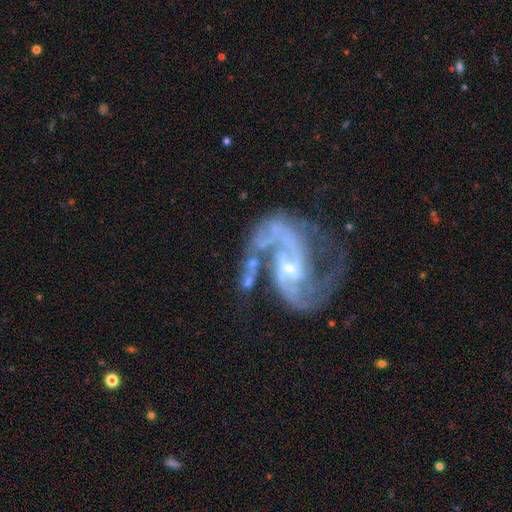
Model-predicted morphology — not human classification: This is clearly a featured or disk galaxy (91%). It is clearly not viewed edge-on (98%). Bar: marginally weak (41%). Spiral arm pattern: clearly yes (98%). Spiral arm count: clearly 2 (89%). Spiral winding: possibly medium (56%). Central bulge: possibly small (54%). Merging: possibly none (57%).